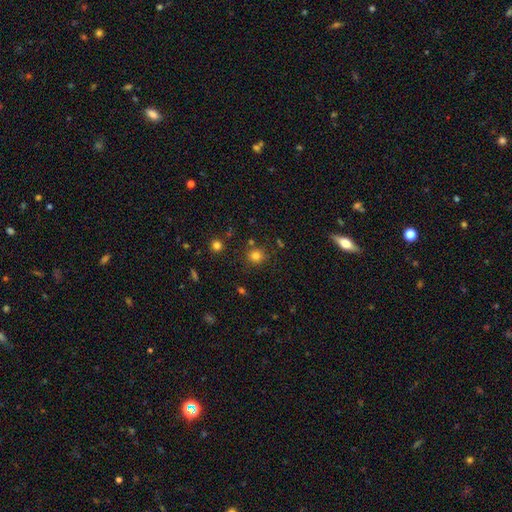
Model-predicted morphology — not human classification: This is likely a smooth galaxy (78%). How rounded: clearly round (90%). Merging: likely none (79%).